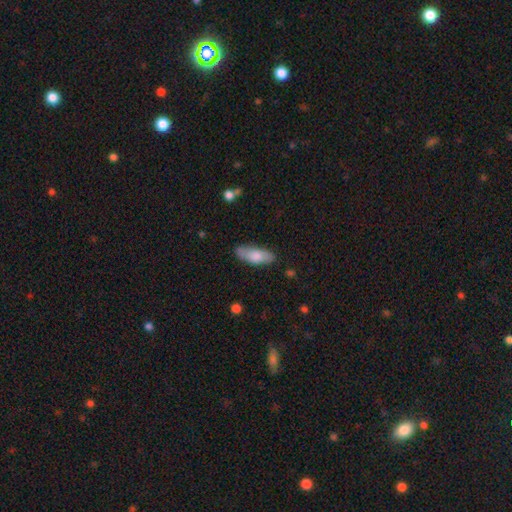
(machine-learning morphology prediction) smooth-or-featured: smooth: 76% | featured or disk: 19% | star or artifact: 6%
  how-rounded: in between: 71% | cigar-shaped: 27% | round: 2%
  merging: none: 78% | minor disturbance: 17% | major disturbance: 3% | merger: 2%